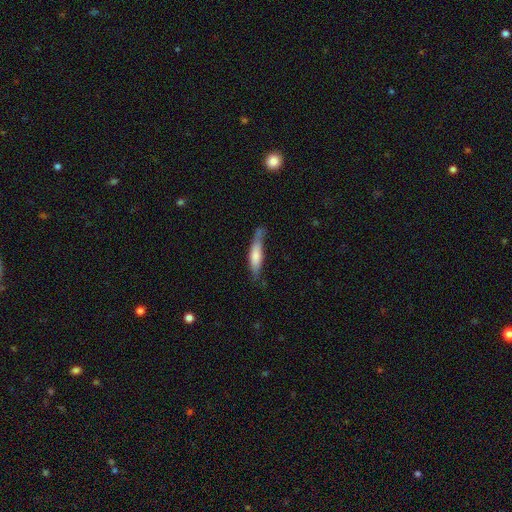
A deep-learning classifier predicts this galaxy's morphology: A smooth galaxy with no disk features (66%) that is cigar-shaped (75%).

Vote fractions:
- Smooth or featured? smooth: 66% / featured or disk: 29% / star or artifact: 6%
- How rounded? cigar-shaped: 75% / in between: 23% / round: 2%
- Merging? none: 53% / minor disturbance: 32% / major disturbance: 11% / merger: 4%